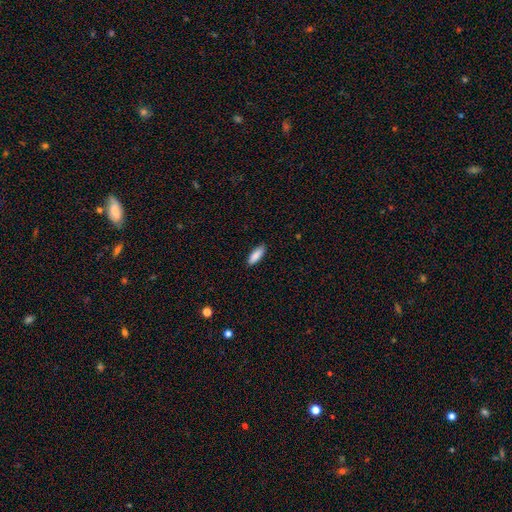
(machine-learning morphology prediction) Smooth or featured? Predicted: smooth (p=0.89). How rounded? Predicted: in between (p=0.63). Merging? Predicted: none (p=0.88).